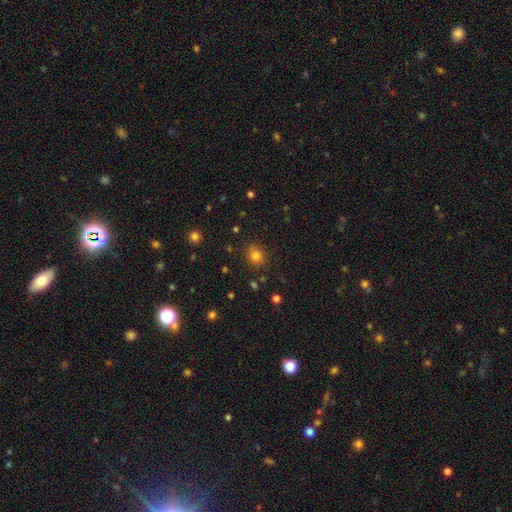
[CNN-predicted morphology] A smooth galaxy with no disk features (80%) that is round (80%). Merging: none (84%).